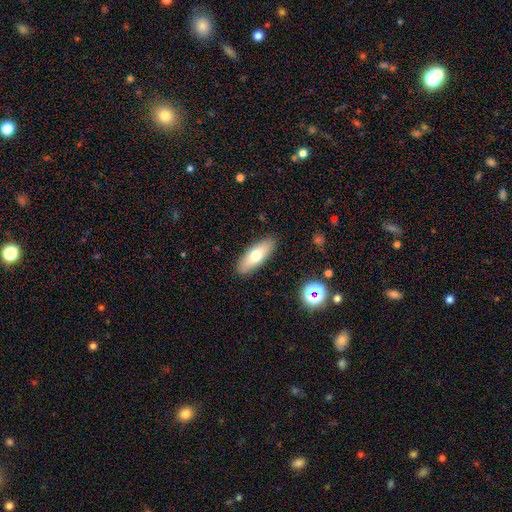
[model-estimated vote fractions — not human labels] smooth-or-featured: smooth: 68% | featured or disk: 25% | star or artifact: 7%
  how-rounded: in between: 64% | cigar-shaped: 34% | round: 2%
  merging: none: 89% | minor disturbance: 8% | major disturbance: 2% | merger: 1%